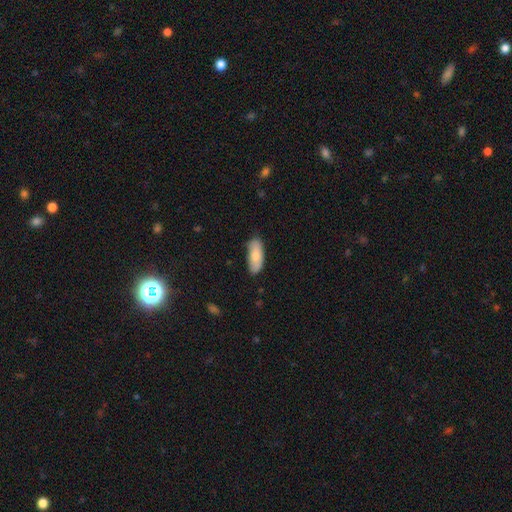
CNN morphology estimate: The model was most divided on "merging": none: 79%, minor disturbance: 17%, major disturbance: 3%, merger: 1%. More confident: smooth or featured — smooth (81%); how rounded — in between (81%).